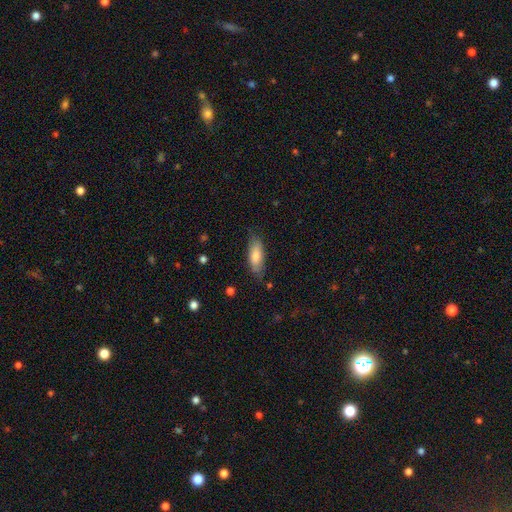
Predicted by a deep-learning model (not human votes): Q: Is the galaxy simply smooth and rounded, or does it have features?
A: smooth — 79%.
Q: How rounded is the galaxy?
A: in between — 67%.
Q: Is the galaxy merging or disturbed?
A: none — 78%.